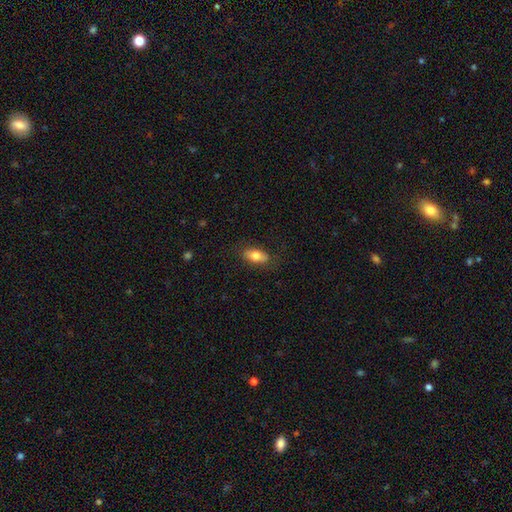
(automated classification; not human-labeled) smooth_or_featured: smooth (p=0.76) [alt: featured or disk p=0.17]
how_rounded: in between (p=0.86) [alt: cigar-shaped p=0.10]
merging: none (p=0.80) [alt: minor disturbance p=0.14]